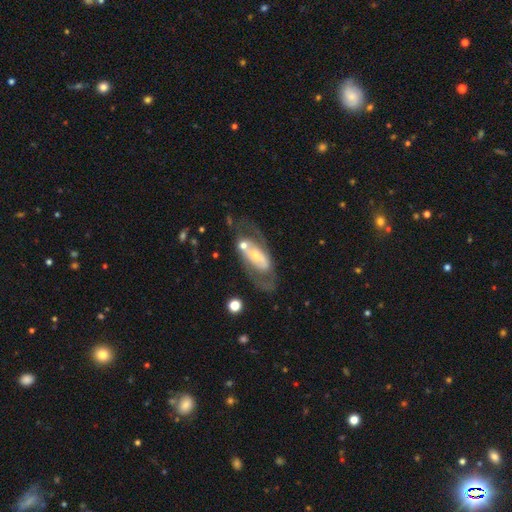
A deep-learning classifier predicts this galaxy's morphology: This is likely a featured or disk galaxy (72%). It is clearly not viewed edge-on (89%). Bar: possibly no (56%). Spiral arm pattern: possibly yes (57%). Central bulge: possibly small (49%). Merging: possibly none (51%).